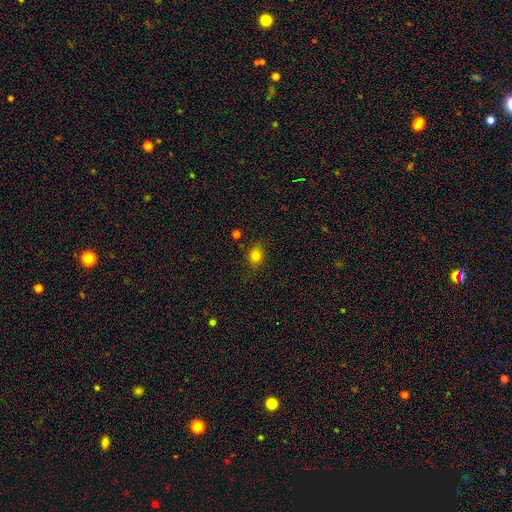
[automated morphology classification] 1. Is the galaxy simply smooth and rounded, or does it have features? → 80% smooth, 13% star or artifact, 7% featured or disk.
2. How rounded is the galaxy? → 51% round, 47% in between, 1% cigar-shaped.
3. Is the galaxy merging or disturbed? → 80% none, 14% minor disturbance, 3% major disturbance, 2% merger.